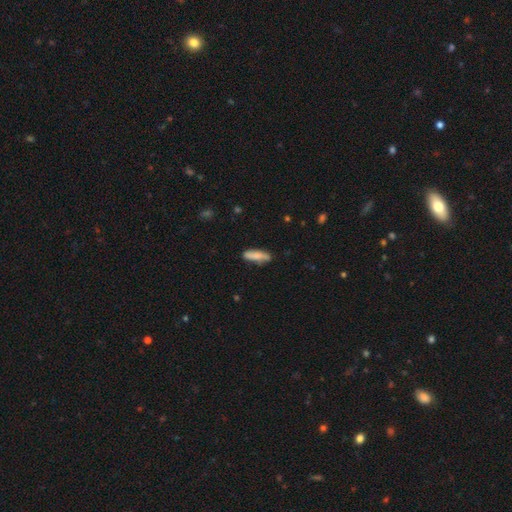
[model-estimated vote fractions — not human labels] Overall: smooth (75%). How rounded: cigar-shaped (56%; in between 42%). Merging: none (77%).